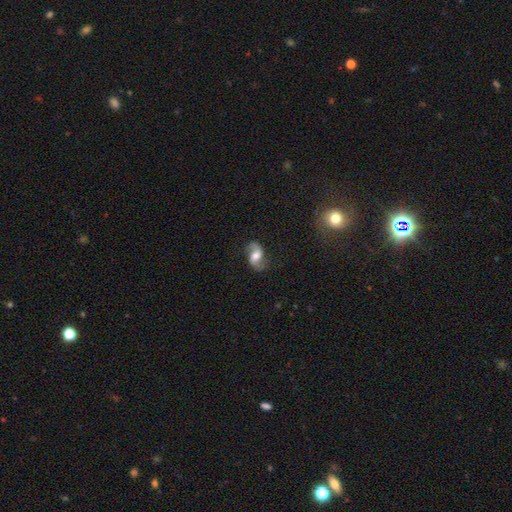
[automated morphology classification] Smooth or featured? Predicted: featured or disk (p=0.79). Edge-on disk? Predicted: no (p=0.97). Bar? Predicted: weak (p=0.45). Spiral arms? Predicted: yes (p=0.95). Spiral winding? Predicted: loose (p=0.61). Spiral arm count? Predicted: 2 (p=0.93). Bulge size? Predicted: moderate (p=0.56). Merging? Predicted: none (p=0.79).